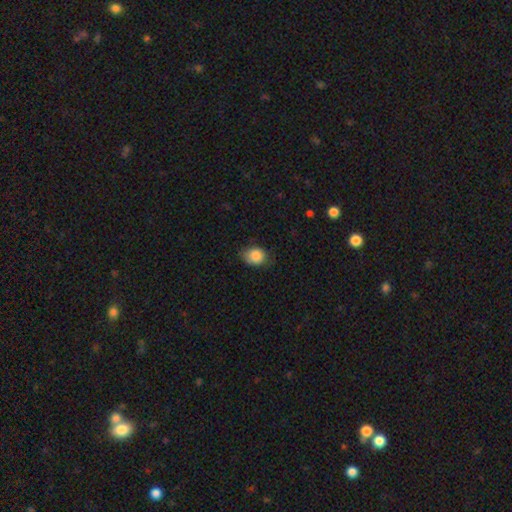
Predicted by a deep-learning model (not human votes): The model was most divided on "how rounded": round: 53%, in between: 46%, cigar-shaped: 1%. More confident: smooth or featured — smooth (87%); merging — none (69%).